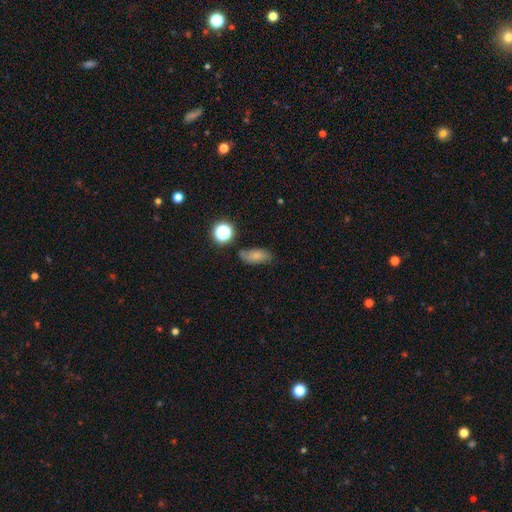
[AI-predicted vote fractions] Smooth or featured? smooth (68%)
How rounded? in between (82%)
Merging? none (68%)